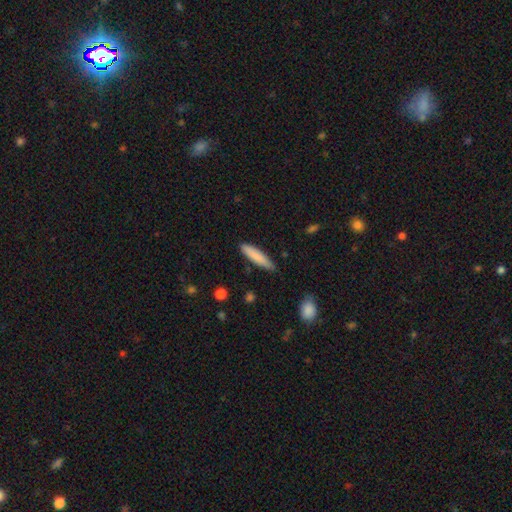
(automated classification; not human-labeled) Smooth or featured: smooth — 82% (featured or disk — 12%)
How rounded: cigar-shaped — 82% (in between — 16%)
Merging: none — 83% (minor disturbance — 13%)